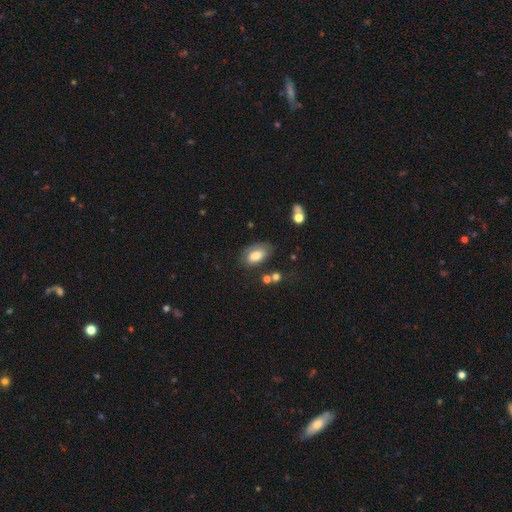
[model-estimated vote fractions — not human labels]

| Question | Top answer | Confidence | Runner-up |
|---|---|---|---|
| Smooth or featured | smooth | 74% | featured or disk (18%) |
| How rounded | in between | 92% | round (6%) |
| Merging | none | 63% | minor disturbance (24%) |